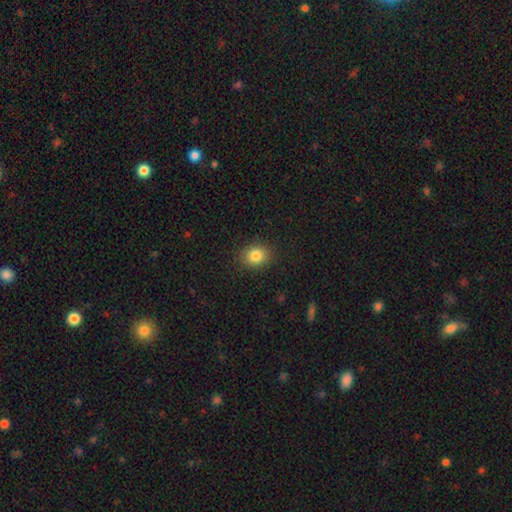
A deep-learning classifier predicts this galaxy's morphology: Smooth or featured? Predicted: smooth (p=0.83). How rounded? Predicted: round (p=0.60). Merging? Predicted: none (p=0.88).